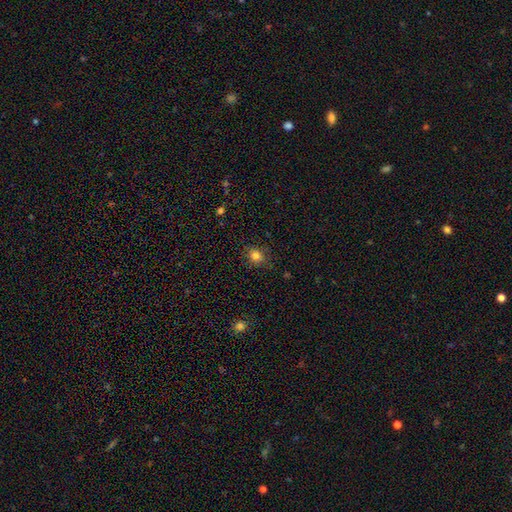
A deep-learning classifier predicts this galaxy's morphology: Q: Smooth or featured?
A: smooth (82%); runner-up: star or artifact (13%)
Q: How rounded?
A: round (65%); runner-up: in between (34%)
Q: Merging?
A: none (84%); runner-up: minor disturbance (12%)